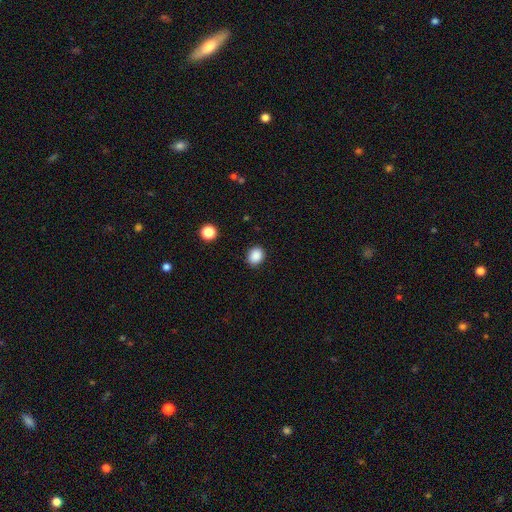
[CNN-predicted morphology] This appears to be a smooth galaxy with no disk features (88%) that is round (67%). Merging: none (88%).